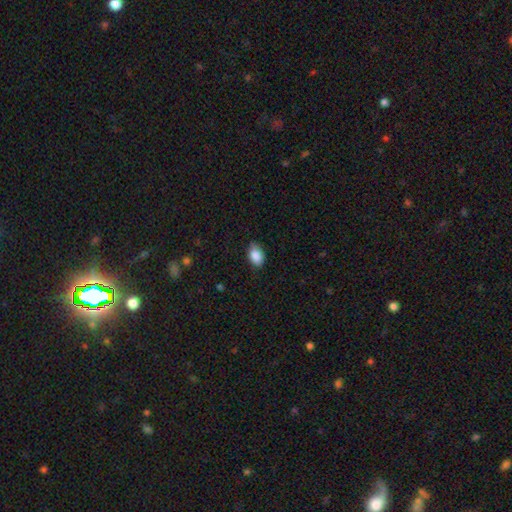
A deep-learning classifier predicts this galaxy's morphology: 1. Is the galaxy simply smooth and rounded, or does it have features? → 88% smooth, 7% star or artifact, 5% featured or disk.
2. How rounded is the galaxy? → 89% in between, 10% round, 1% cigar-shaped.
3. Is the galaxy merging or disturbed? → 78% none, 18% minor disturbance, 3% major disturbance, 1% merger.